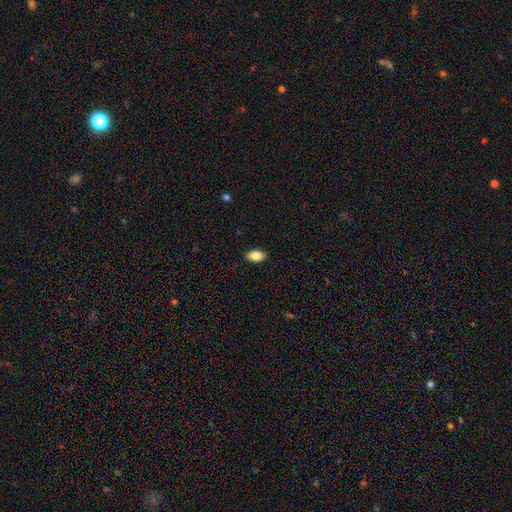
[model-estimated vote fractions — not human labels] Morphology: type=smooth (84%); roundness=in between (92%); merging=none (90%).